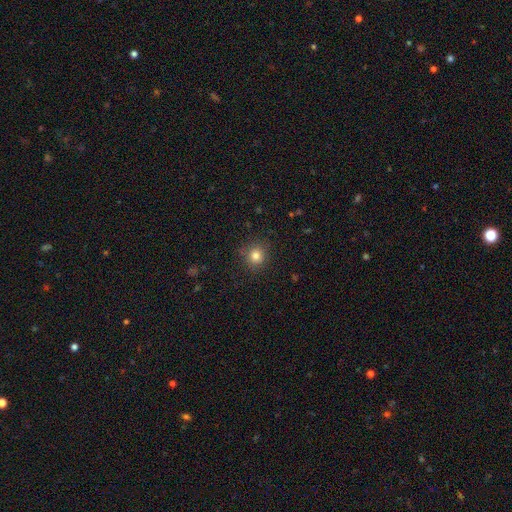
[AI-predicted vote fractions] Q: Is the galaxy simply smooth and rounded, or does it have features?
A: smooth — 80%.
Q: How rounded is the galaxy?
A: round — 91%.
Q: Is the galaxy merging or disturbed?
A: none — 88%.